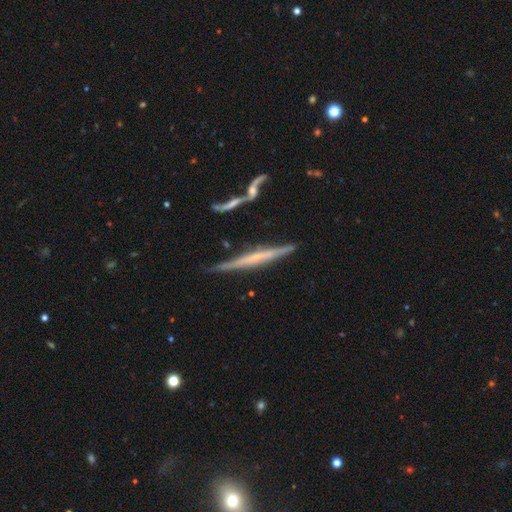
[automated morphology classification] Q: Smooth or featured?
A: featured or disk (69%); runner-up: smooth (24%)
Q: Edge-on disk?
A: yes (97%); runner-up: no (3%)
Q: Edge-on bulge?
A: none (53%); runner-up: rounded (39%)
Q: Merging?
A: none (83%); runner-up: minor disturbance (12%)